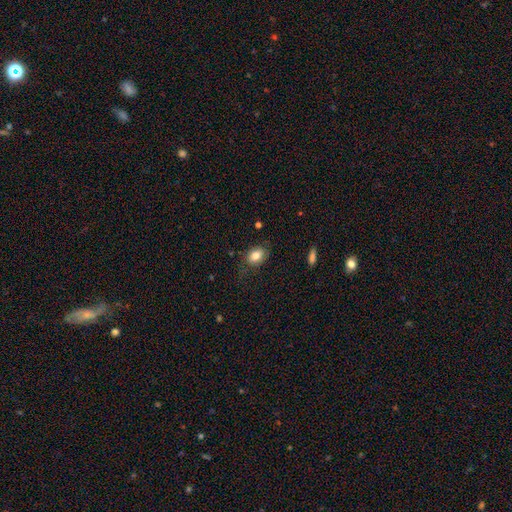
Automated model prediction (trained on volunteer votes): This is clearly a smooth galaxy (83%). How rounded: likely in between (77%). Merging: likely none (76%).